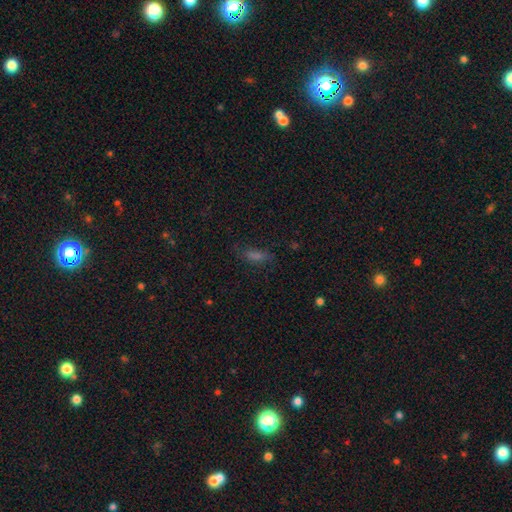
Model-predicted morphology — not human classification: smooth_or_featured: smooth (p=0.59) [alt: star or artifact p=0.26]
how_rounded: in between (p=0.58) [alt: cigar-shaped p=0.37]
merging: none (p=0.68) [alt: minor disturbance p=0.20]